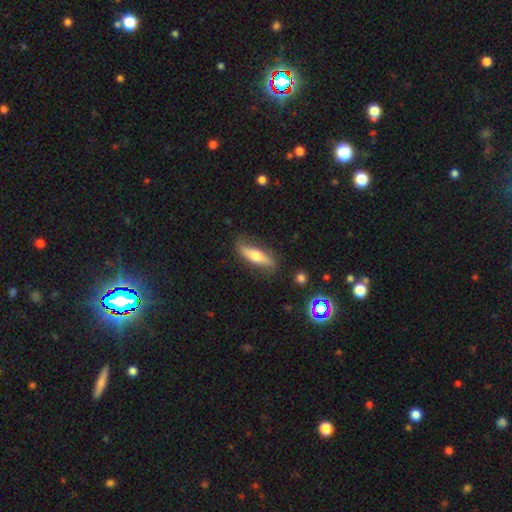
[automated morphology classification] smooth 51%, featured or disk 43%, star or artifact 6%. Down the decision tree: how rounded — cigar-shaped (57%); merging — none (74%).